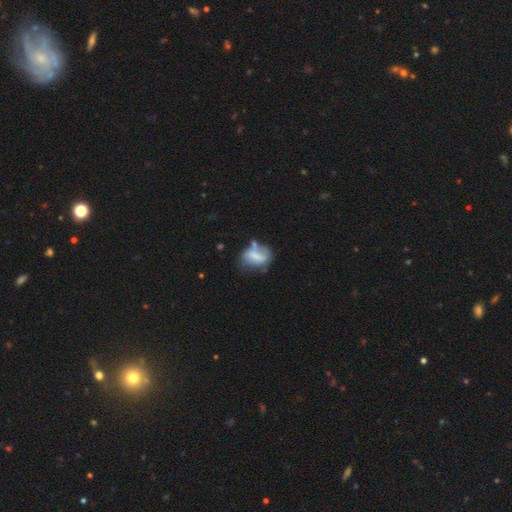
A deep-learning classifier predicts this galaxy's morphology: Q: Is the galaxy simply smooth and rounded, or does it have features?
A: smooth — 57%.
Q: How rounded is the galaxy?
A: in between — 73%.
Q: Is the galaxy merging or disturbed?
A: none — 31%.